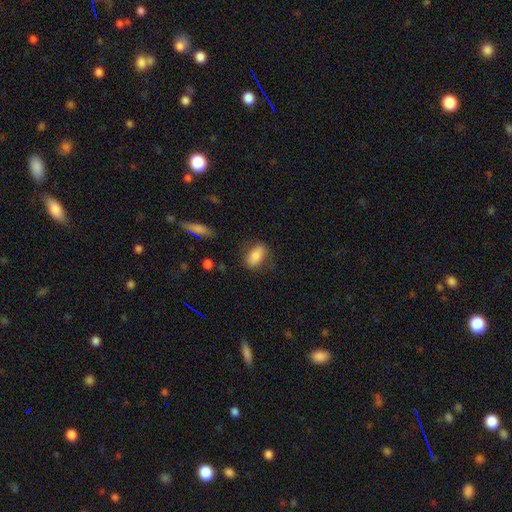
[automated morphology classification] A smooth galaxy with no disk features (83%) that is in between round and cigar-shaped (89%). Merging: none (68%).